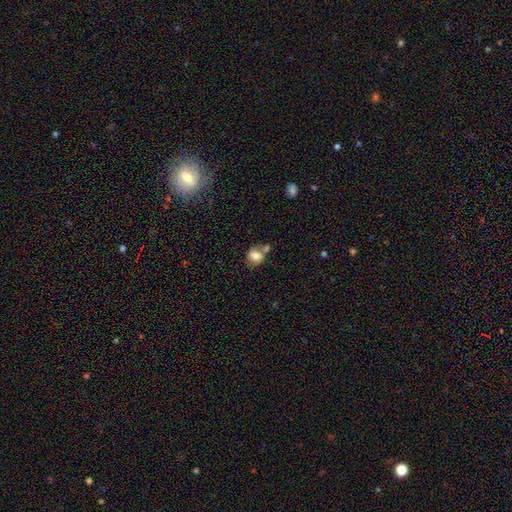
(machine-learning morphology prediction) smooth 75%, featured or disk 16%, star or artifact 9%. Down the decision tree: how rounded — round (64%); merging — none (43%).